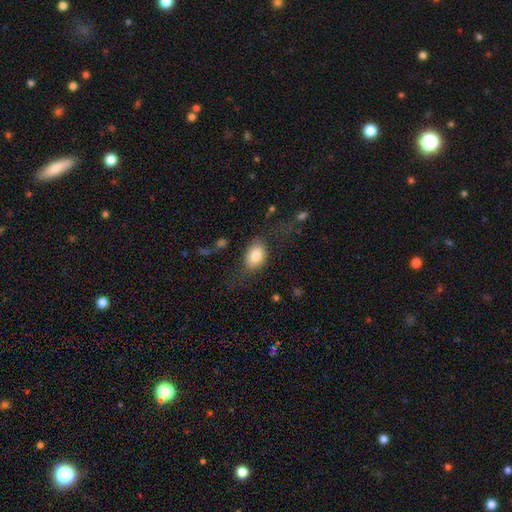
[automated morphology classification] Smooth or featured: smooth — 80% (featured or disk — 13%)
How rounded: in between — 81% (round — 18%)
Merging: none — 62% (minor disturbance — 18%)